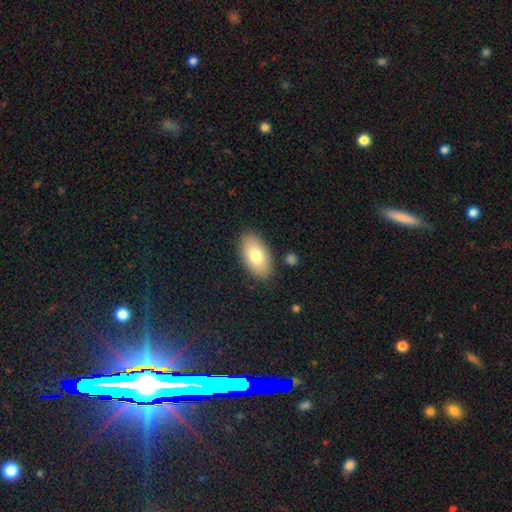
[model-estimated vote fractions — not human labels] This appears to be a smooth galaxy with no disk features (78%) that is in between round and cigar-shaped (94%). Merging: none (86%).